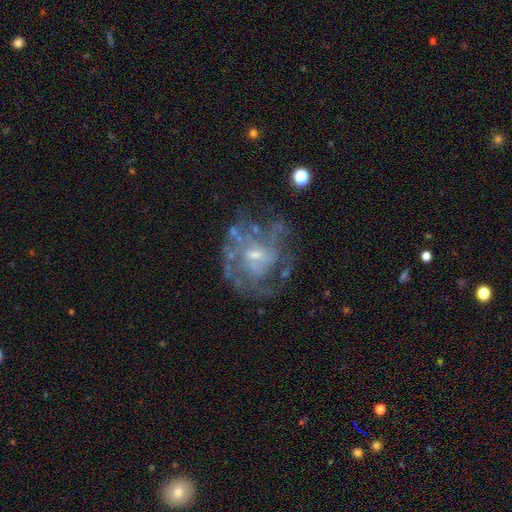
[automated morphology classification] A featured or disk galaxy (76%) with no bar (58%), spiral arms (62%) and a small central bulge (60%). Merging: none (53%).